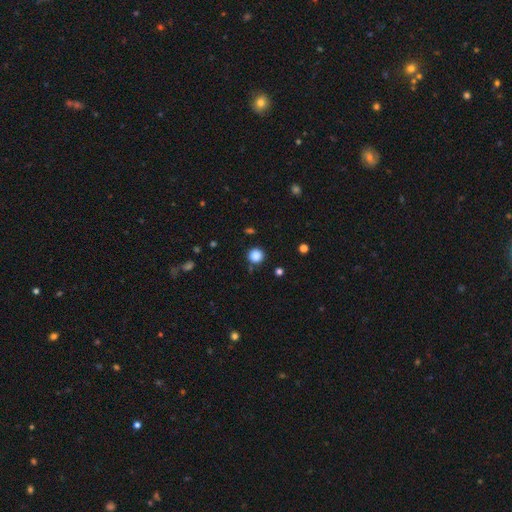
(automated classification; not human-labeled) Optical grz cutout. It shows a smooth galaxy with no disk features (85%) that is round (95%). Merging: none (89%).